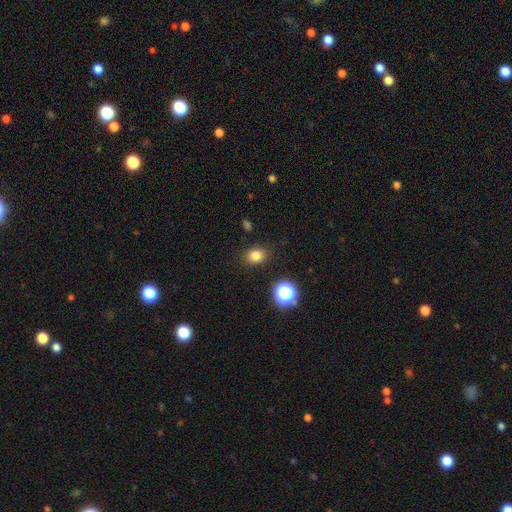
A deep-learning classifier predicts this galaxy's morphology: The model was most divided on "how rounded": round: 51%, in between: 48%, cigar-shaped: 1%. More confident: merging — none (86%); smooth or featured — smooth (80%).